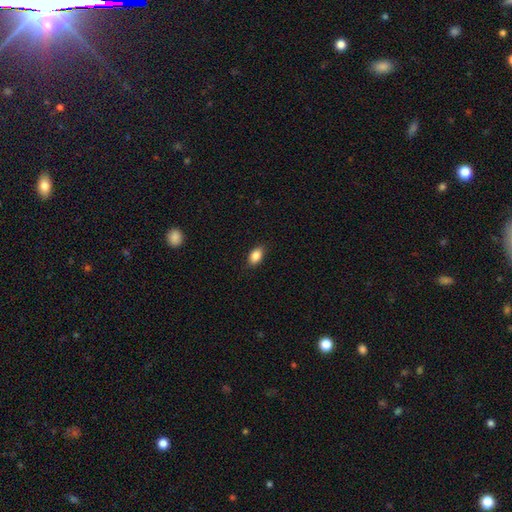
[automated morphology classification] This is clearly a smooth galaxy (87%). How rounded: clearly in between (88%). Merging: clearly none (86%).